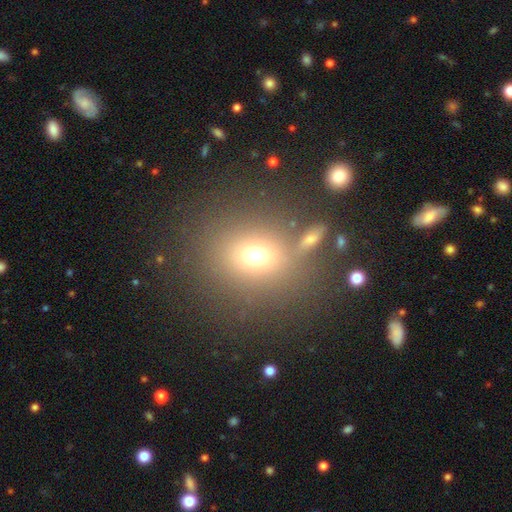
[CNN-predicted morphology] Smooth or featured?
  - smooth: 68% *
  - star or artifact: 19%
  - featured or disk: 13%
How rounded?
  - round: 68% *
  - in between: 30%
  - cigar-shaped: 2%
Merging?
  - none: 72% *
  - merger: 11%
  - minor disturbance: 10%
  - major disturbance: 6%